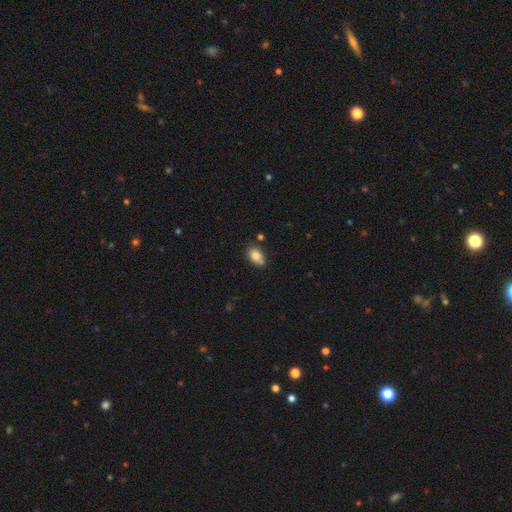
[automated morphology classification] Smooth or featured: smooth — 84% (star or artifact — 9%)
How rounded: in between — 82% (round — 16%)
Merging: none — 71% (minor disturbance — 19%)